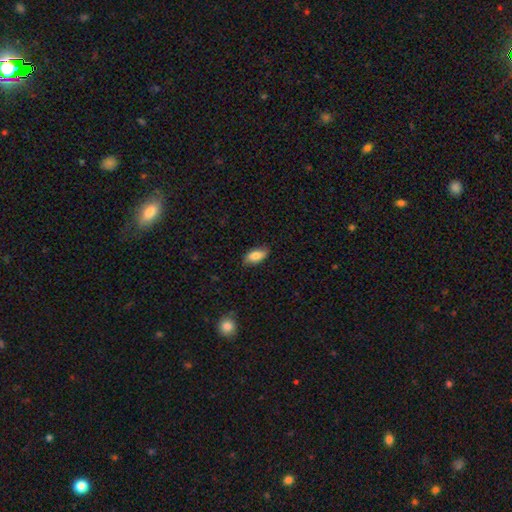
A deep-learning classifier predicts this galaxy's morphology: The model was most divided on "merging": none: 81%, minor disturbance: 15%, major disturbance: 3%, merger: 1%. More confident: how rounded — in between (89%); smooth or featured — smooth (81%).